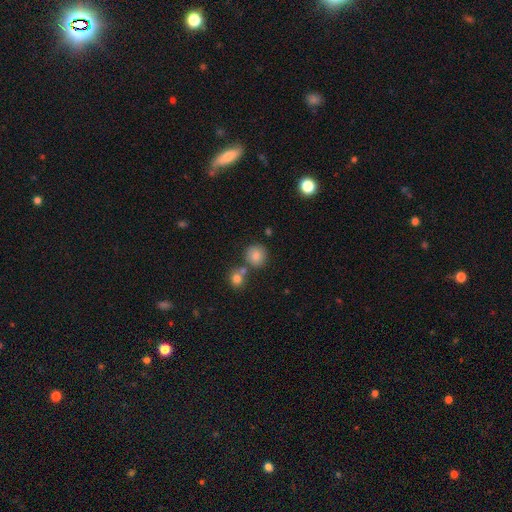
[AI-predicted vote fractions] Q: Smooth or featured?
A: smooth (80%); runner-up: star or artifact (12%)
Q: How rounded?
A: round (90%); runner-up: in between (9%)
Q: Merging?
A: none (71%); runner-up: merger (18%)